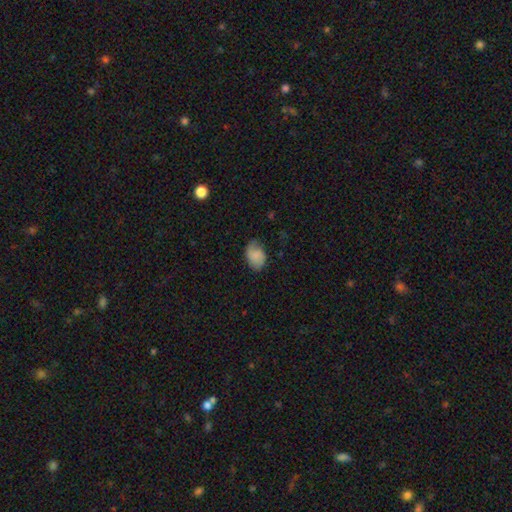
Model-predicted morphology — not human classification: Smooth or featured? smooth (77%)
How rounded? in between (81%)
Merging? none (65%)